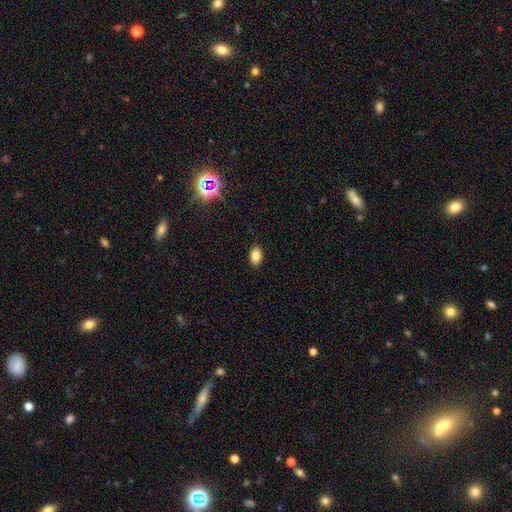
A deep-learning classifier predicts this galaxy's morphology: Smooth or featured: smooth — 85% (star or artifact — 10%)
How rounded: in between — 89% (round — 10%)
Merging: none — 89% (minor disturbance — 8%)